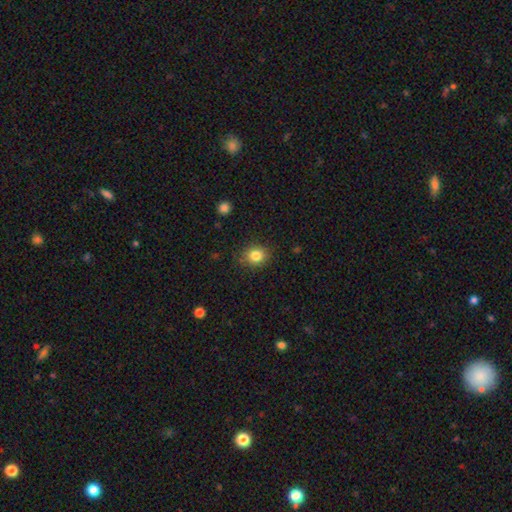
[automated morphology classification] smooth-or-featured: smooth: 83% | star or artifact: 11% | featured or disk: 6%
  how-rounded: round: 69% | in between: 30% | cigar-shaped: 1%
  merging: none: 86% | minor disturbance: 10% | major disturbance: 3% | merger: 1%